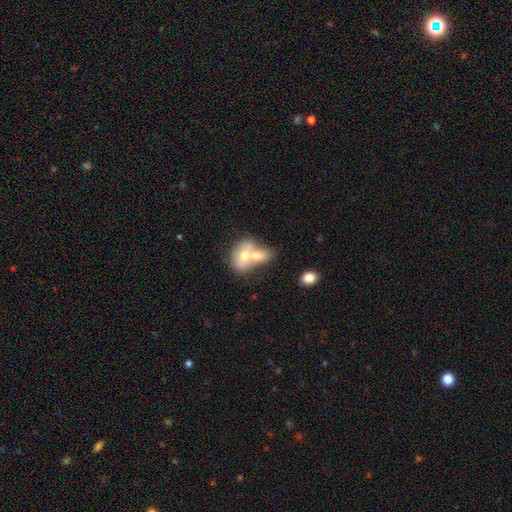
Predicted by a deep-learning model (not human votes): Q: Smooth or featured?
A: smooth (61%); runner-up: featured or disk (32%)
Q: How rounded?
A: in between (70%); runner-up: round (29%)
Q: Merging?
A: merger (74%); runner-up: none (16%)